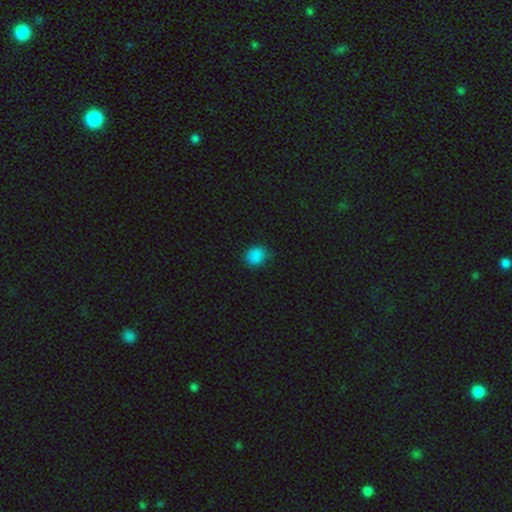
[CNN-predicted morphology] This is clearly a smooth galaxy (84%). How rounded: possibly round (59%). Merging: likely none (78%).